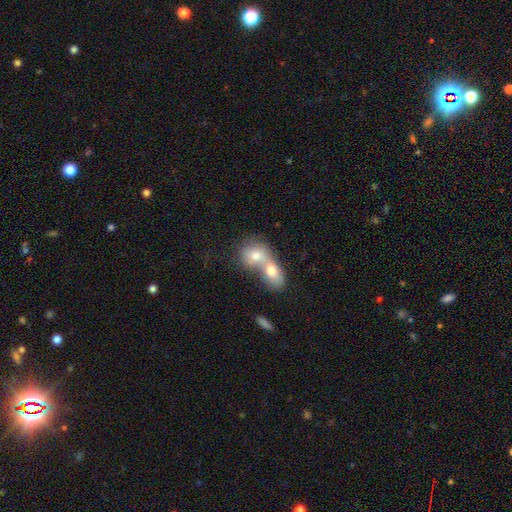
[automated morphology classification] A smooth galaxy with no disk features (73%) that is round (52%). Merging: merger (75%).